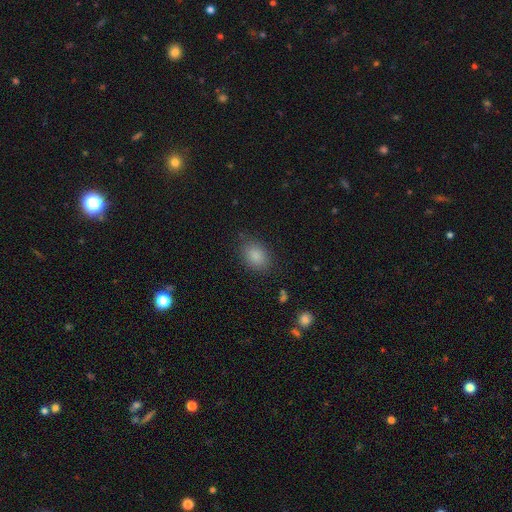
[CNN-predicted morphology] Smooth or featured? Predicted: smooth (p=0.85). How rounded? Predicted: in between (p=0.73). Merging? Predicted: none (p=0.81).